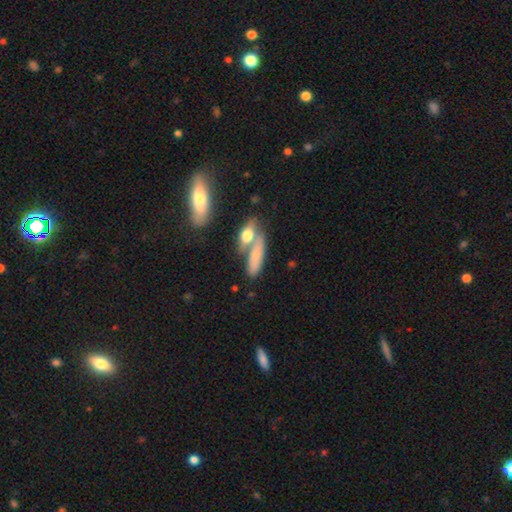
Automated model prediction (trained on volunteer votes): This is likely a smooth galaxy (65%). How rounded: possibly in between (53%). Merging: marginally merger (43%).